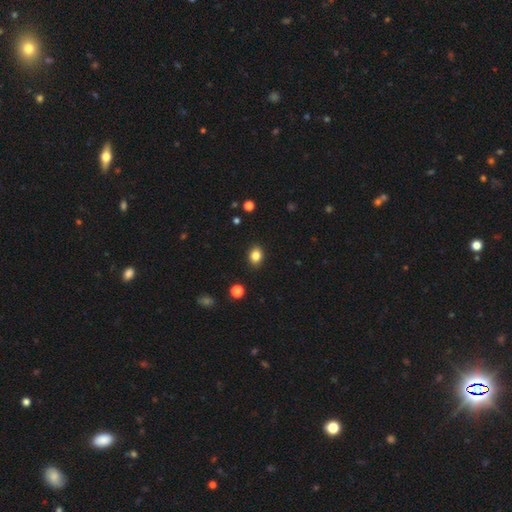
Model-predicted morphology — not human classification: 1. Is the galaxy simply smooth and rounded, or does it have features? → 84% smooth, 11% star or artifact, 5% featured or disk.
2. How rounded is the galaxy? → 55% in between, 44% round, 1% cigar-shaped.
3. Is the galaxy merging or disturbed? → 89% none, 8% minor disturbance, 2% major disturbance, 1% merger.